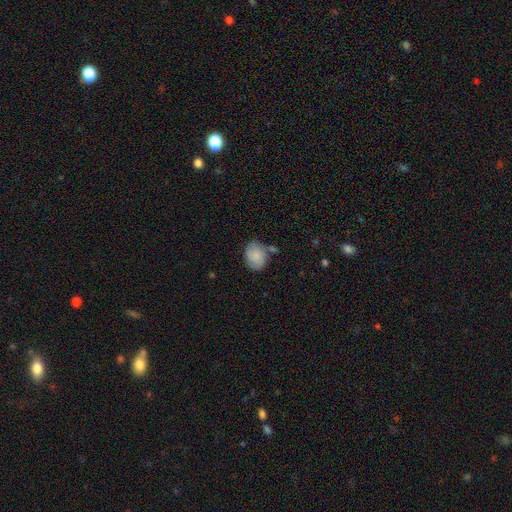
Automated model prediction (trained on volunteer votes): A smooth galaxy with no disk features (80%) that is in between round and cigar-shaped (63%). Merging: none (60%).